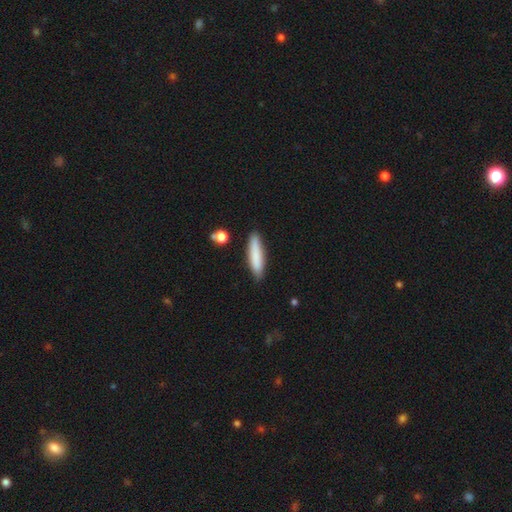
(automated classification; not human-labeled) Smooth or featured? Predicted: smooth (p=0.81). How rounded? Predicted: cigar-shaped (p=0.80). Merging? Predicted: none (p=0.84).